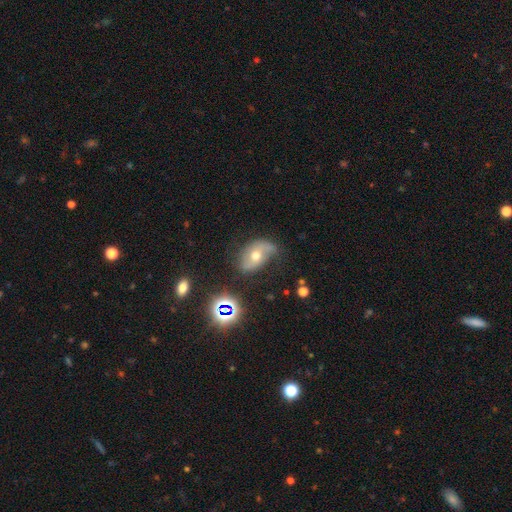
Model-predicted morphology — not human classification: The model was most divided on "merging": none: 52%, minor disturbance: 31%, major disturbance: 14%, merger: 3%. More confident: edge-on disk — no (93%); spiral arms — yes (75%); bulge size — moderate (73%); bar — no (68%); smooth or featured — featured or disk (54%).